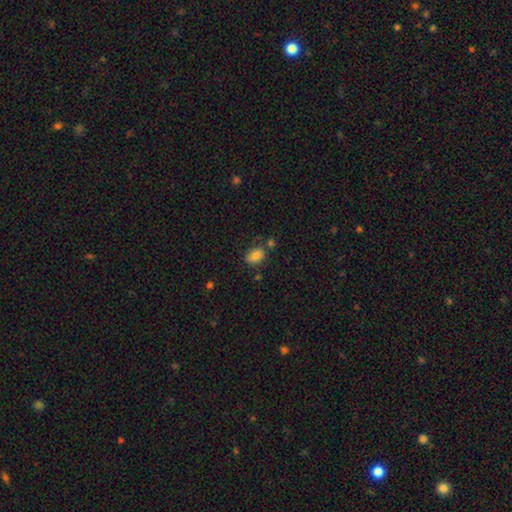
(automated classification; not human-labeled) Overall: smooth (81%). How rounded: in between (79%). Merging: none (70%).